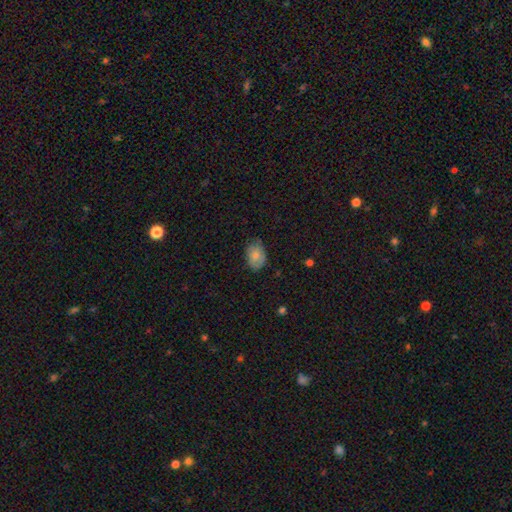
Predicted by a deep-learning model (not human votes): Smooth or featured? Predicted: smooth (p=0.80). How rounded? Predicted: in between (p=0.80). Merging? Predicted: none (p=0.71).